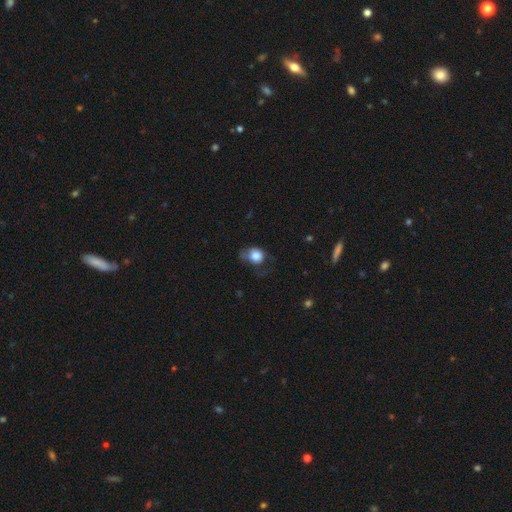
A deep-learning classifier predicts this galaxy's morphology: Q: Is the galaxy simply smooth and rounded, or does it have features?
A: smooth — 78%.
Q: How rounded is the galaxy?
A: round — 66%.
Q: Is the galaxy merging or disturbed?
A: none — 36%.